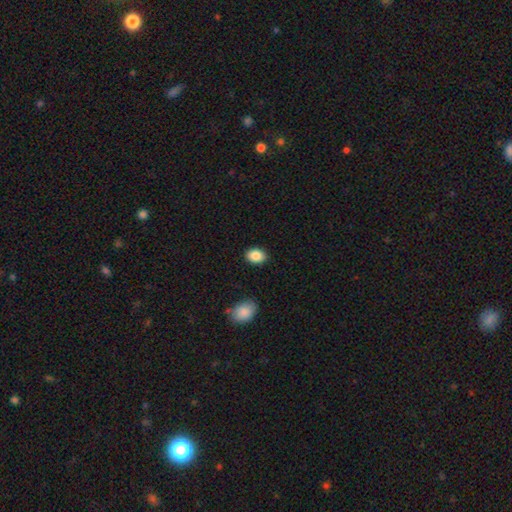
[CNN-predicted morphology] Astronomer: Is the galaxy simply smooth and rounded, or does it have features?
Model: smooth — 87%.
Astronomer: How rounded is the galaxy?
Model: in between — 71%.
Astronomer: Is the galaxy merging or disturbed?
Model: none — 89%.